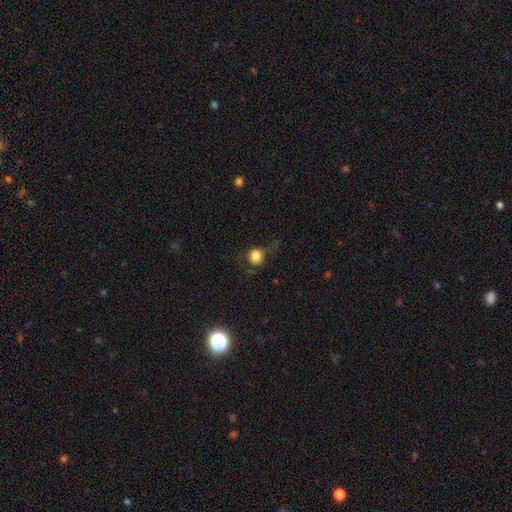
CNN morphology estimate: Smooth or featured?
  - smooth: 81% *
  - star or artifact: 12%
  - featured or disk: 8%
How rounded?
  - round: 80% *
  - in between: 19%
  - cigar-shaped: 1%
Merging?
  - none: 68% *
  - minor disturbance: 20%
  - major disturbance: 10%
  - merger: 2%